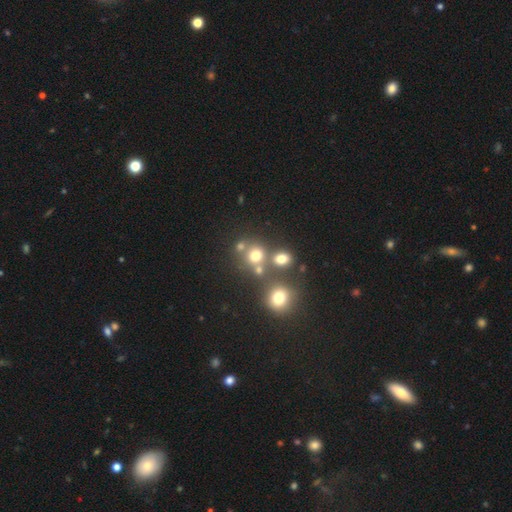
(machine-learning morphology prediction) smooth-or-featured: smooth: 70% | star or artifact: 19% | featured or disk: 11%
  how-rounded: round: 82% | in between: 17% | cigar-shaped: 1%
  merging: none: 57% | merger: 29% | minor disturbance: 9% | major disturbance: 5%